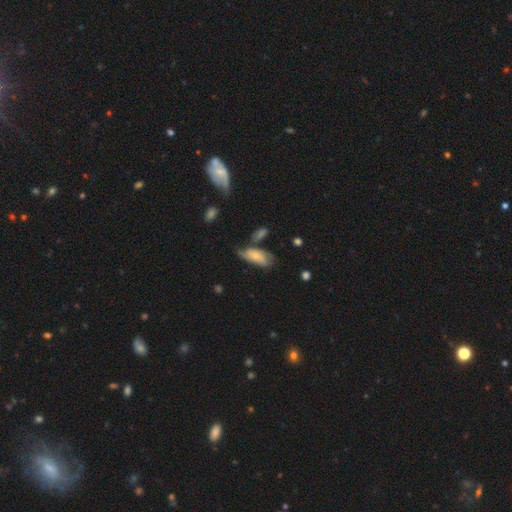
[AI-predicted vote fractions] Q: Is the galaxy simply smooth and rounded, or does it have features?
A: smooth — 53%.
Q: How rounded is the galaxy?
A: in between — 86%.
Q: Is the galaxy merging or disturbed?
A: none — 41%.